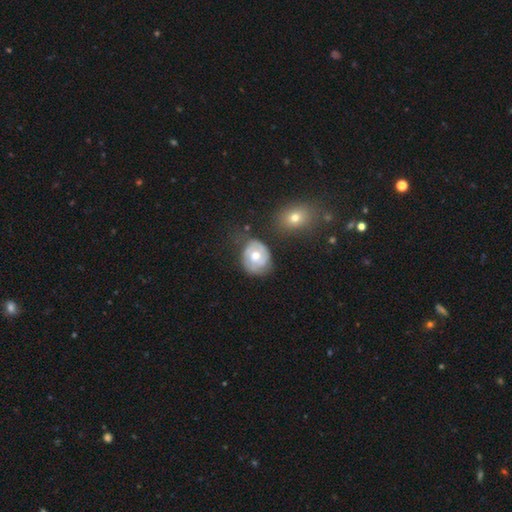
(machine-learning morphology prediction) featured or disk 59%, smooth 34%, star or artifact 7%. Down the decision tree: edge-on disk — no (97%); bar — no (75%); spiral arms — yes (66%); bulge size — moderate (77%); merging — none (55%).